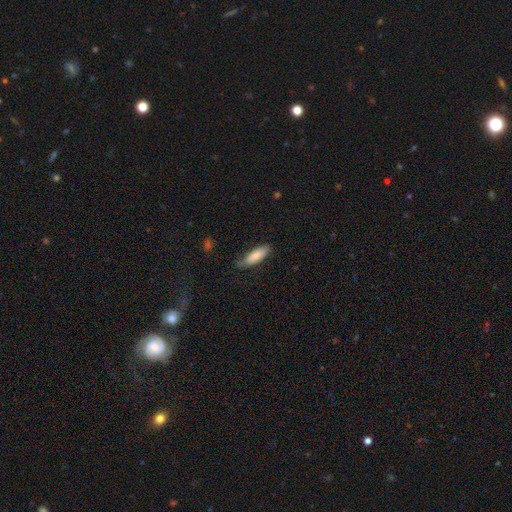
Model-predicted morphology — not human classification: A smooth galaxy with no disk features (79%) that is in between round and cigar-shaped (52%). Merging: none (70%).